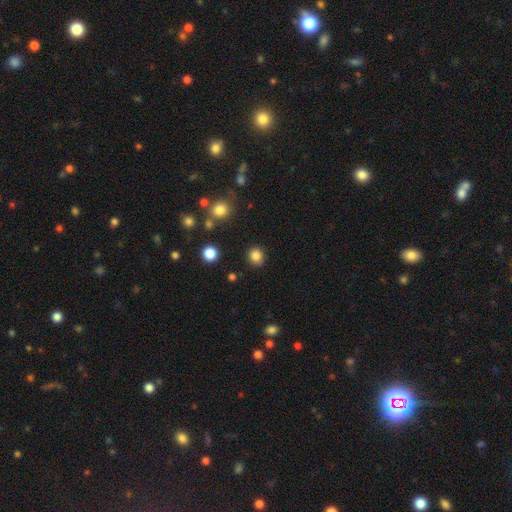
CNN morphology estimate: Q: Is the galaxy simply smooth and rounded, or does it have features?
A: smooth — 84%.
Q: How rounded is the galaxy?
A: round — 84%.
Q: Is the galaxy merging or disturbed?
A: none — 88%.